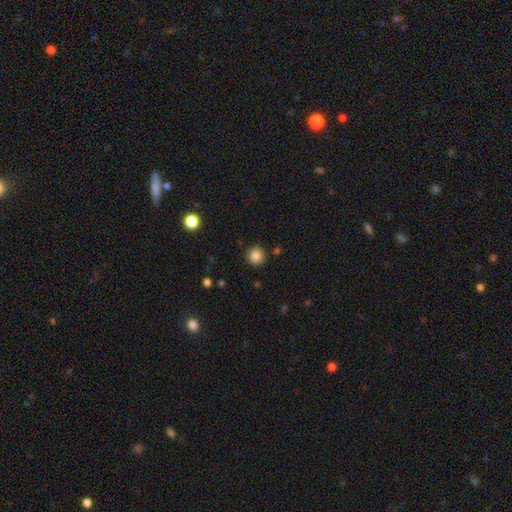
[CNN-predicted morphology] Smooth or featured: smooth — 85% (star or artifact — 10%)
How rounded: round — 94% (in between — 5%)
Merging: none — 90% (minor disturbance — 6%)